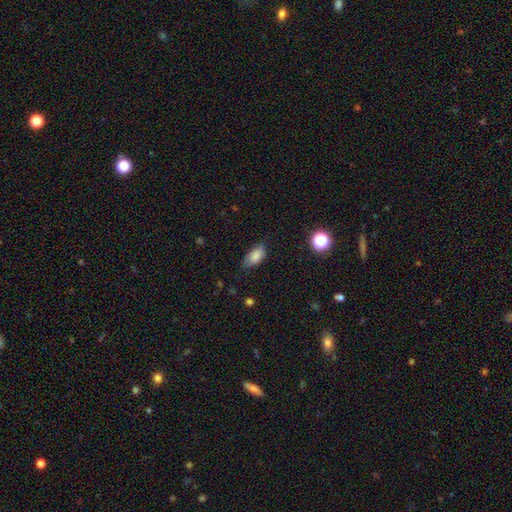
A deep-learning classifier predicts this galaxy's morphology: A smooth galaxy with no disk features (84%) that is in between round and cigar-shaped (90%). Merging: none (71%).